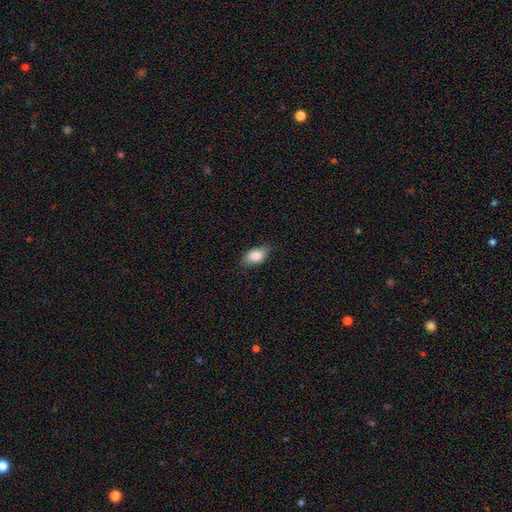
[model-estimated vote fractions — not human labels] smooth_or_featured: smooth (p=0.84) [alt: featured or disk p=0.09]
how_rounded: in between (p=0.89) [alt: round p=0.08]
merging: none (p=0.77) [alt: minor disturbance p=0.19]